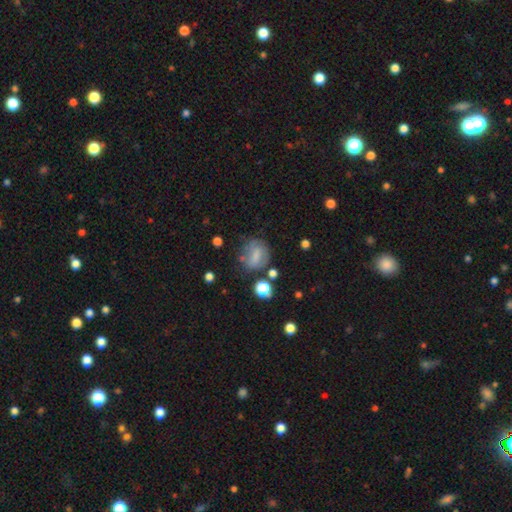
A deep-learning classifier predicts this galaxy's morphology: type=smooth (61%); roundness=round (60%); merging=none (55%).